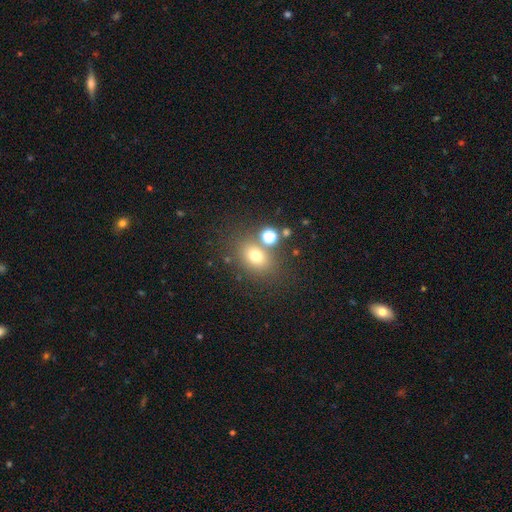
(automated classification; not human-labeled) smooth 71%, star or artifact 17%, featured or disk 12%. Down the decision tree: how rounded — in between (54%); merging — none (70%).